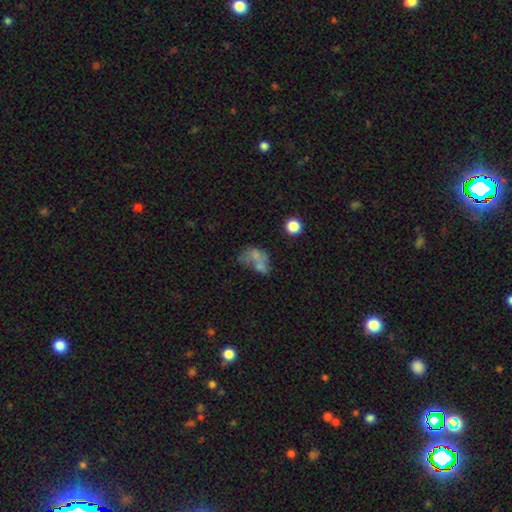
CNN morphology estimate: A smooth galaxy with no disk features (49%). Merging: merger (45%).